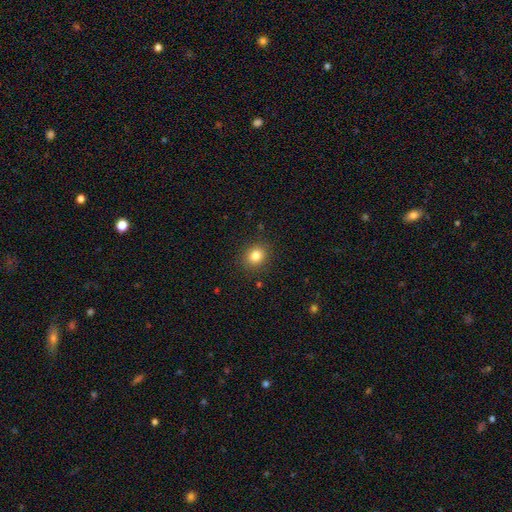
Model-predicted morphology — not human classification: Smooth or featured? Predicted: smooth (p=0.83). How rounded? Predicted: round (p=0.68). Merging? Predicted: none (p=0.88).